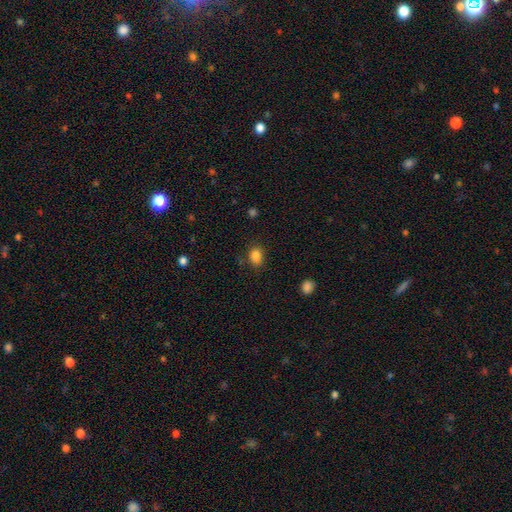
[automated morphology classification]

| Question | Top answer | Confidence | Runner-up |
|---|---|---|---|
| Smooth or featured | smooth | 85% | star or artifact (10%) |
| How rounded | in between | 68% | round (31%) |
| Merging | none | 81% | minor disturbance (14%) |